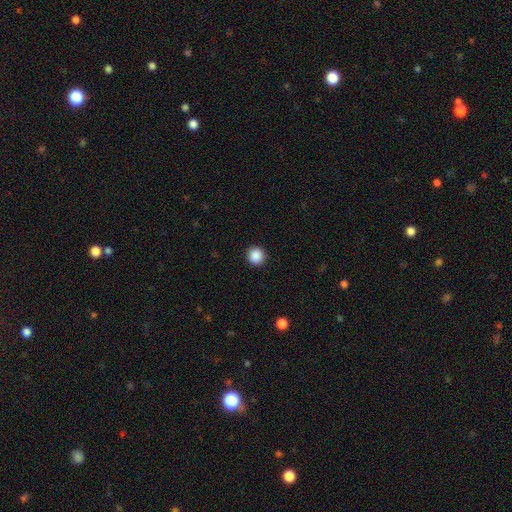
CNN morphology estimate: This is clearly a smooth galaxy (88%). How rounded: clearly round (94%). Merging: clearly none (93%).